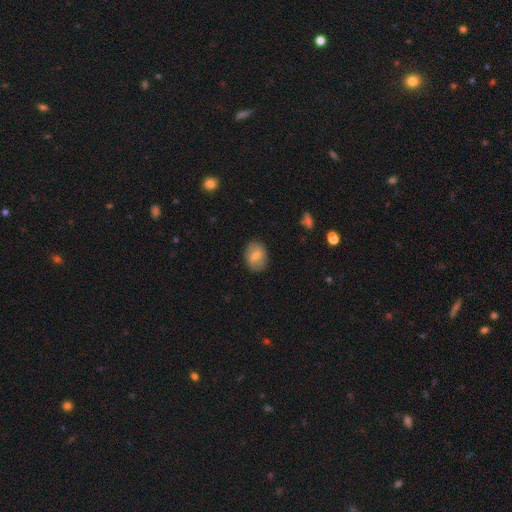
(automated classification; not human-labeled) smooth 66%, featured or disk 26%, star or artifact 8%. Down the decision tree: how rounded — in between (65%); merging — none (85%).